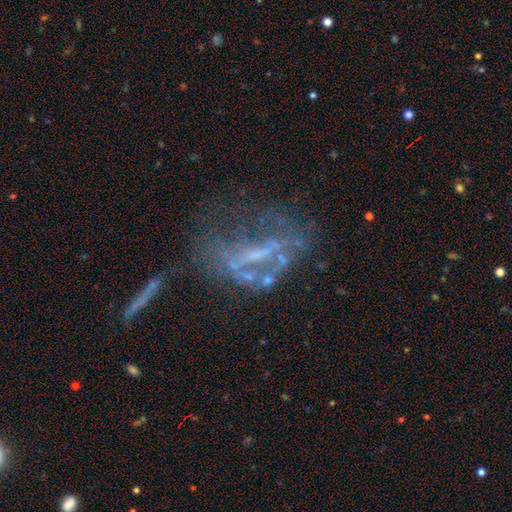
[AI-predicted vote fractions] Smooth or featured: featured or disk — 61% (star or artifact — 23%)
Edge-on disk: no — 90% (yes — 10%)
Bar: no — 59% (weak — 21%)
Spiral arms: no — 80% (yes — 20%)
Bulge size: none — 64% (small — 21%)
Merging: major disturbance — 40% (none — 31%)